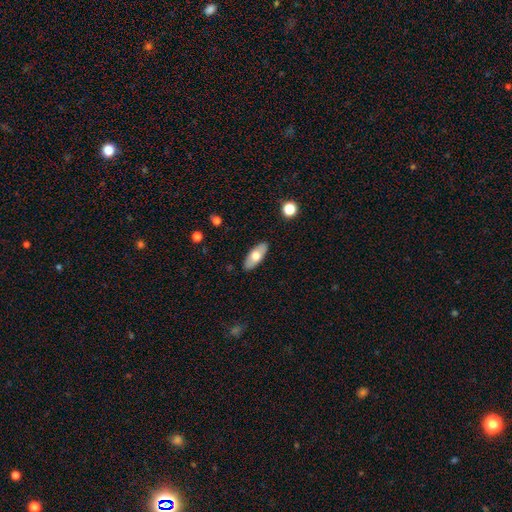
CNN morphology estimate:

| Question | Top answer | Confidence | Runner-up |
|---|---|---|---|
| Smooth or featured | smooth | 64% | featured or disk (30%) |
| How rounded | in between | 85% | cigar-shaped (12%) |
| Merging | none | 87% | minor disturbance (9%) |